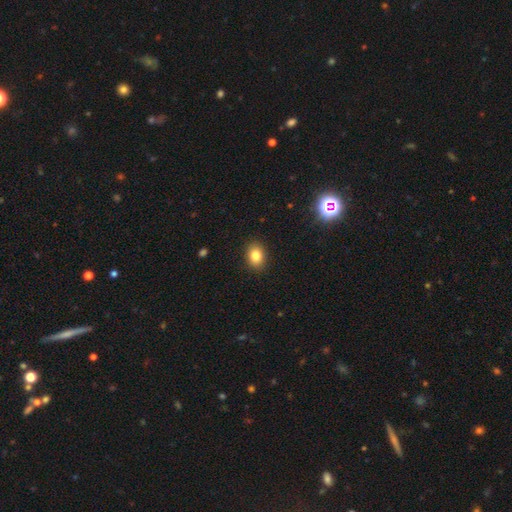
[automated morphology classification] smooth 82%, star or artifact 10%, featured or disk 8%. Down the decision tree: how rounded — in between (64%); merging — none (89%).